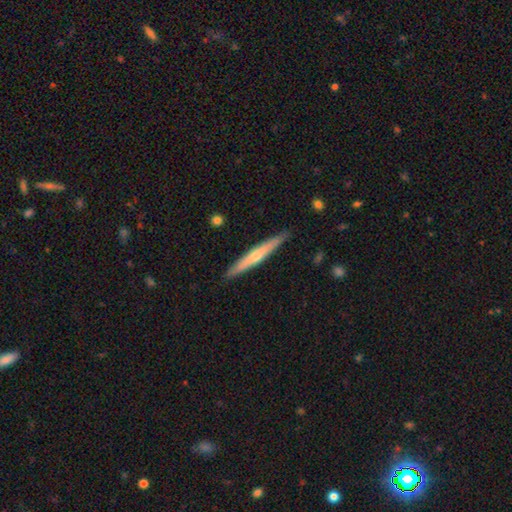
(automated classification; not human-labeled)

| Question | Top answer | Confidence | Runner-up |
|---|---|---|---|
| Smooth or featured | featured or disk | 52% | smooth (42%) |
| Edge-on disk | yes | 96% | no (4%) |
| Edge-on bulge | rounded | 62% | none (35%) |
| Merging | none | 90% | minor disturbance (7%) |